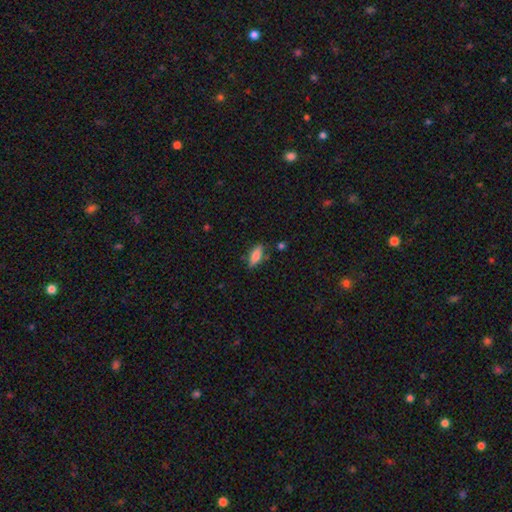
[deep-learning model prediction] smooth 78%, featured or disk 15%, star or artifact 7%. Down the decision tree: how rounded — in between (69%); merging — none (74%).